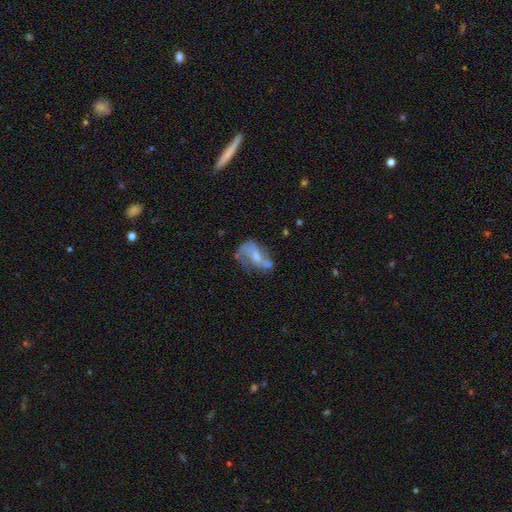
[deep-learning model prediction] Smooth or featured? featured or disk (66%)
Edge-on disk? no (93%)
Bar? no (52%)
Spiral arms? yes (68%)
Bulge size? small (48%)
Merging? none (39%)